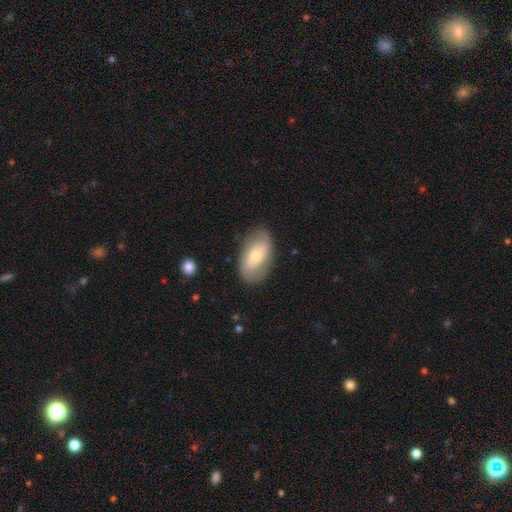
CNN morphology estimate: A smooth galaxy with no disk features (47%, tied with featured or disk). Merging: none (78%).